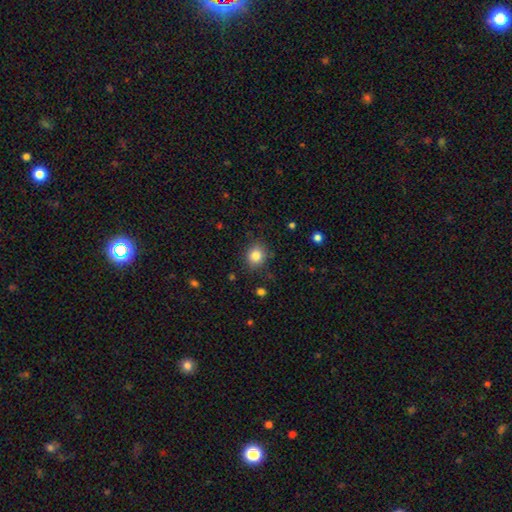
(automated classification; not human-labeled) Q: Smooth or featured?
A: smooth (83%); runner-up: star or artifact (11%)
Q: How rounded?
A: round (78%); runner-up: in between (21%)
Q: Merging?
A: none (85%); runner-up: minor disturbance (11%)